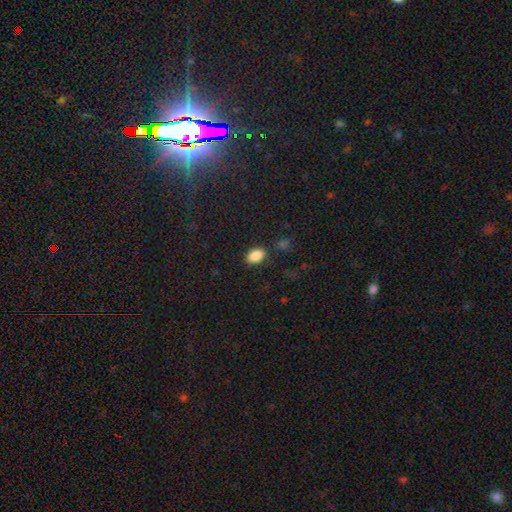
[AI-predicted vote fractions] A smooth galaxy with no disk features (87%) that is in between round and cigar-shaped (89%). Merging: none (83%).